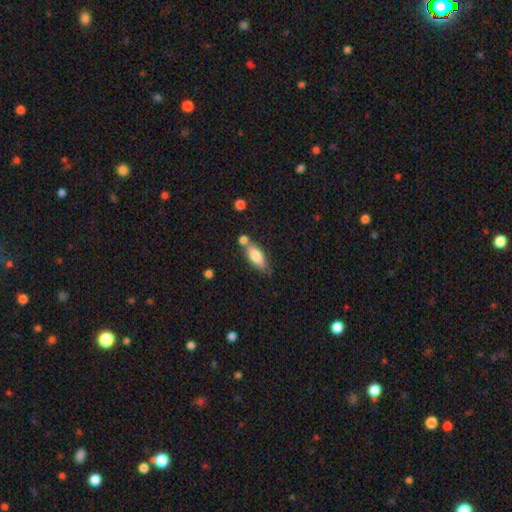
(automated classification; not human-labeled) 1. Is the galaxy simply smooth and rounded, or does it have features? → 76% smooth, 17% featured or disk, 7% star or artifact.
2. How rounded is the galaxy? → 73% in between, 24% cigar-shaped, 3% round.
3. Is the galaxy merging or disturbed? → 54% none, 23% merger, 18% minor disturbance, 5% major disturbance.